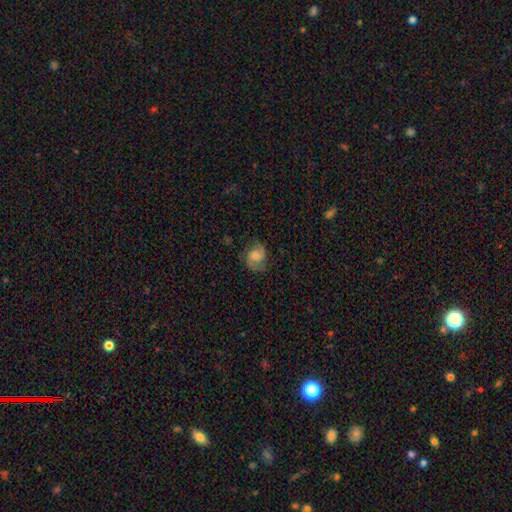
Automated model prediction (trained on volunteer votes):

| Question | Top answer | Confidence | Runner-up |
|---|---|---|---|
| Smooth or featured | featured or disk | 59% | smooth (32%) |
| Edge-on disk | no | 97% | yes (3%) |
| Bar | no | 55% | weak (38%) |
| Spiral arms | yes | 91% | no (9%) |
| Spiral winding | medium | 48% | loose (34%) |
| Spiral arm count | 2 | 86% | can't tell (6%) |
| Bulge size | moderate | 42% | small (25%) |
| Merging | none | 69% | minor disturbance (20%) |